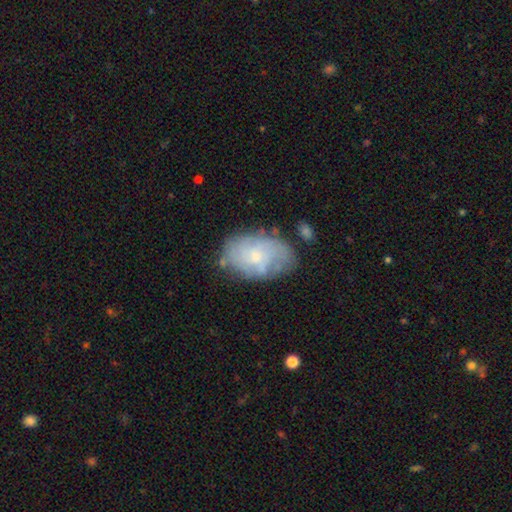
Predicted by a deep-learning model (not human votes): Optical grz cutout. It shows a featured or disk galaxy (57%) with no bar (79%), spiral arms (69%) and a small central bulge (70%). Merging: none (66%).